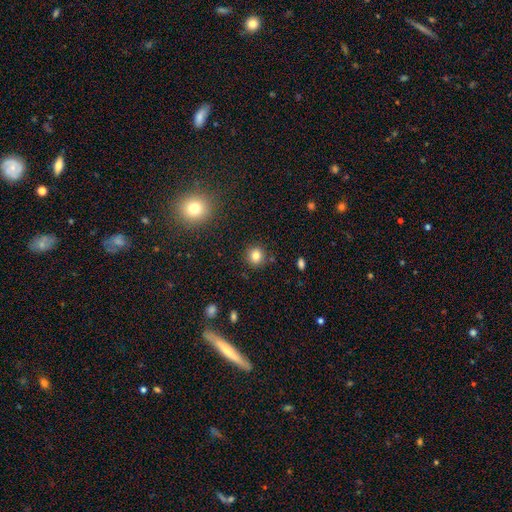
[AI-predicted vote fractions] The model was most divided on "smooth or featured": smooth: 81%, star or artifact: 12%, featured or disk: 6%. More confident: how rounded — round (90%); merging — none (88%).